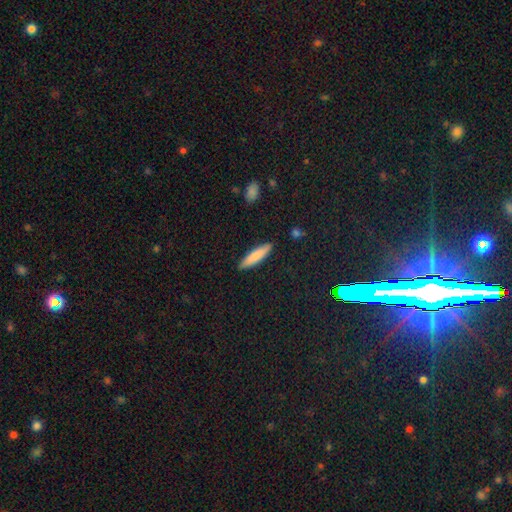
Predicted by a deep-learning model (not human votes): The model was most divided on "how rounded": cigar-shaped: 79%, in between: 19%, round: 1%. More confident: merging — none (89%); smooth or featured — smooth (80%).